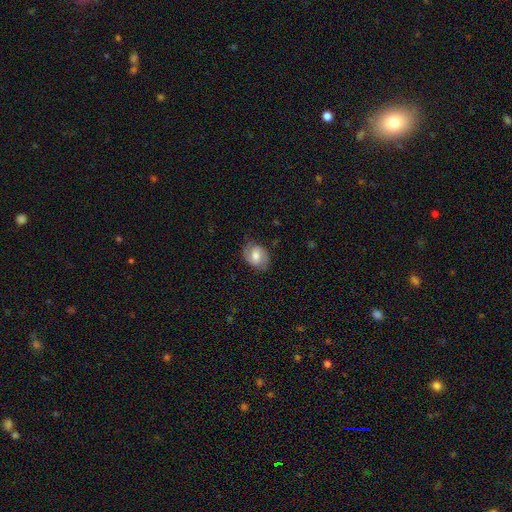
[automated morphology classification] smooth_or_featured: featured or disk (p=0.51) [alt: smooth p=0.42]
disk_edge_on: no (p=0.97) [alt: yes p=0.03]
merging: none (p=0.77) [alt: minor disturbance p=0.17]